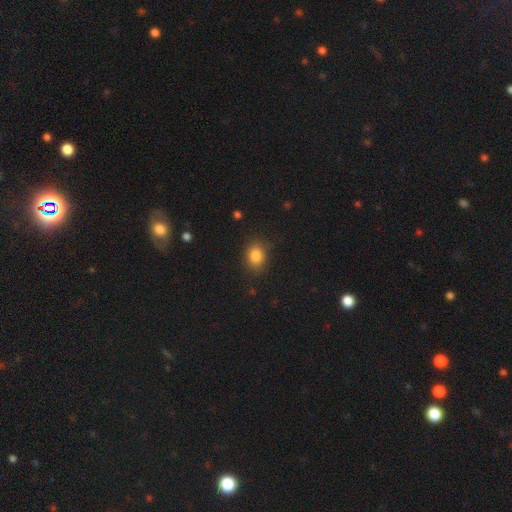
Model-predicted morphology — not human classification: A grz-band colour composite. It shows a smooth galaxy with no disk features (85%) that is in between round and cigar-shaped (58%). Merging: none (81%).